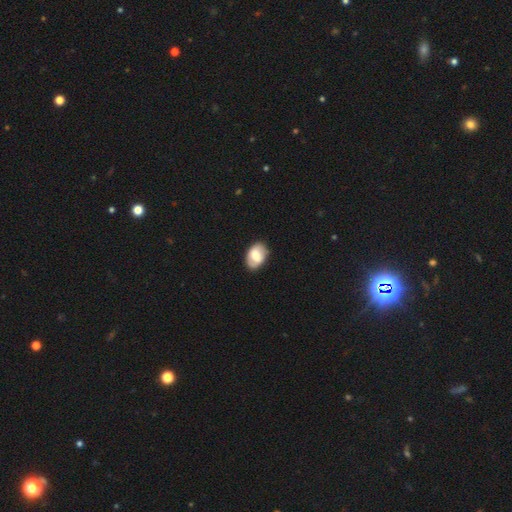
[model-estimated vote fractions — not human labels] This is likely a smooth galaxy (63%). How rounded: clearly in between (85%). Merging: clearly none (83%).